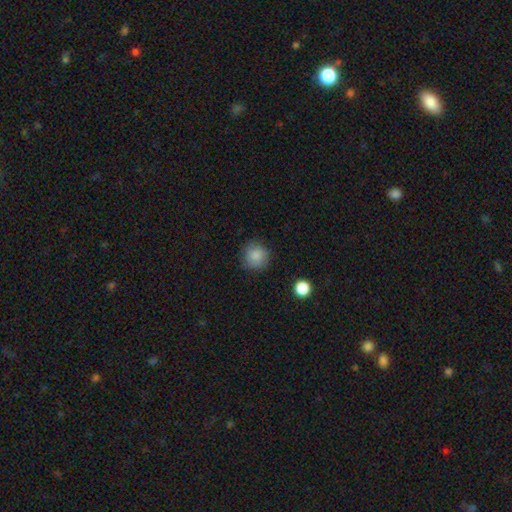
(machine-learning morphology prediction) Smooth or featured? smooth (84%)
How rounded? round (92%)
Merging? none (82%)